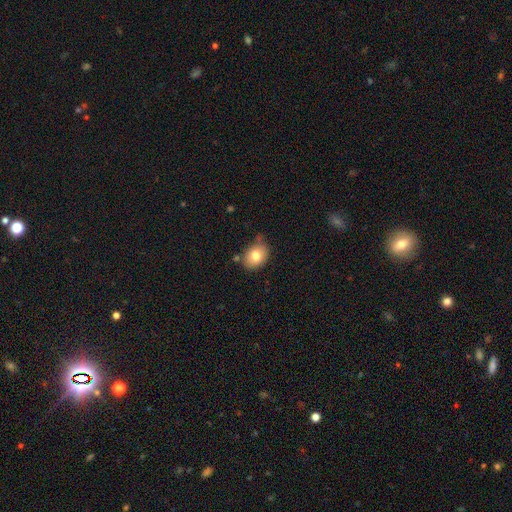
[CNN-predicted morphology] smooth_or_featured: smooth (p=0.78) [alt: featured or disk p=0.13]
how_rounded: in between (p=0.66) [alt: round p=0.33]
merging: none (p=0.66) [alt: minor disturbance p=0.23]